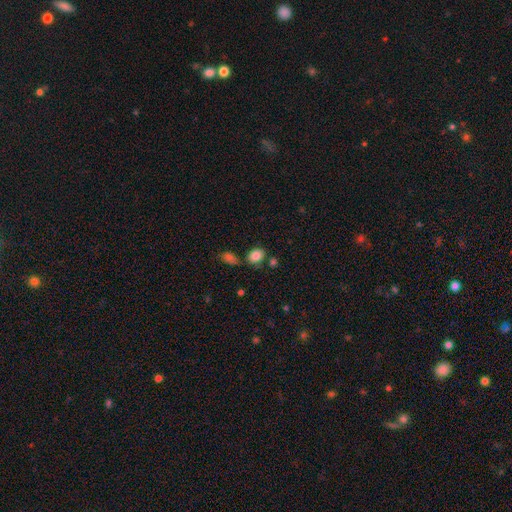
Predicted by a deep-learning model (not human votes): This appears to be a smooth galaxy with no disk features (84%) that is in between round and cigar-shaped (66%). Merging: none (66%).